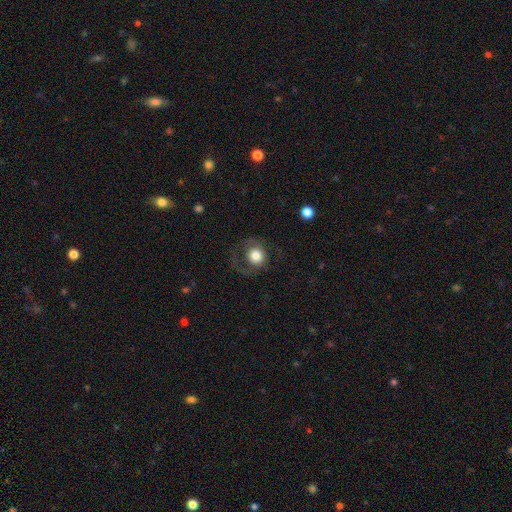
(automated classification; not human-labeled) A smooth galaxy with no disk features (71%) that is round (85%).

Vote fractions:
- Smooth or featured? smooth: 71% / featured or disk: 20% / star or artifact: 9%
- How rounded? round: 85% / in between: 14% / cigar-shaped: 1%
- Merging? none: 54% / major disturbance: 28% / minor disturbance: 17% / merger: 2%